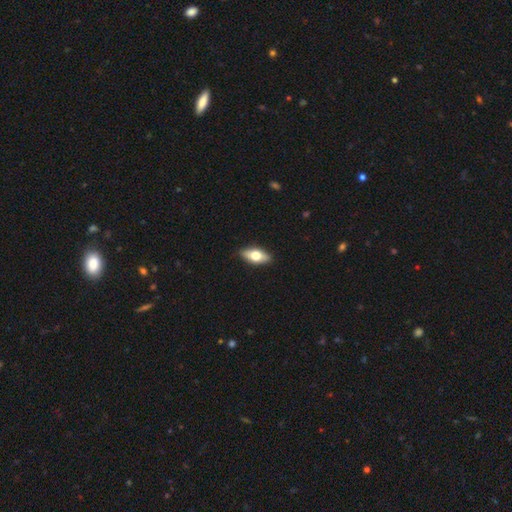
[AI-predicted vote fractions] Smooth or featured? Predicted: smooth (p=0.60). How rounded? Predicted: in between (p=0.81). Merging? Predicted: none (p=0.89).